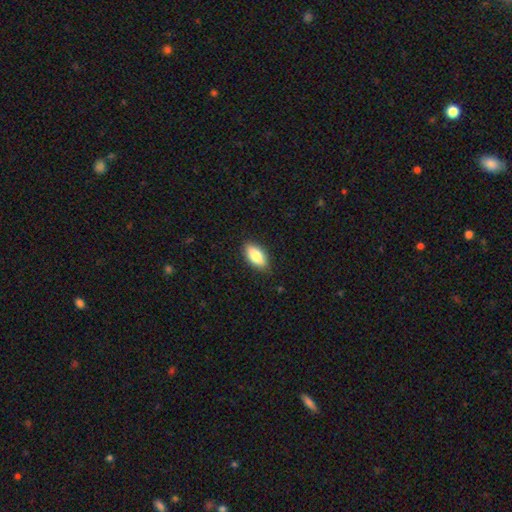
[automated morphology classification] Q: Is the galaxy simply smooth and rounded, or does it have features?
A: smooth — 82%.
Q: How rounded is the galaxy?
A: in between — 87%.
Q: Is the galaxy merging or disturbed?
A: none — 86%.